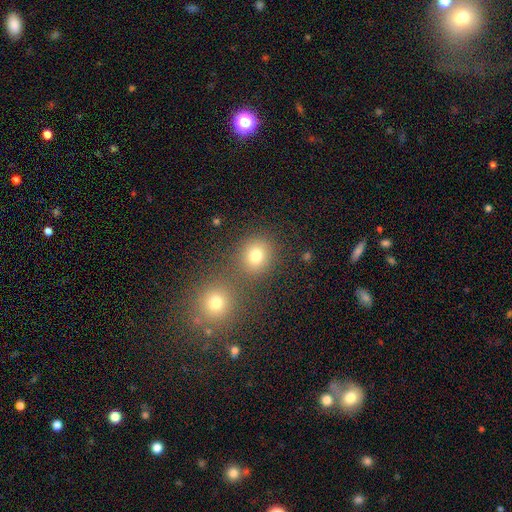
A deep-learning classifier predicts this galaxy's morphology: type=smooth (76%); roundness=round (78%); merging=none (70%).